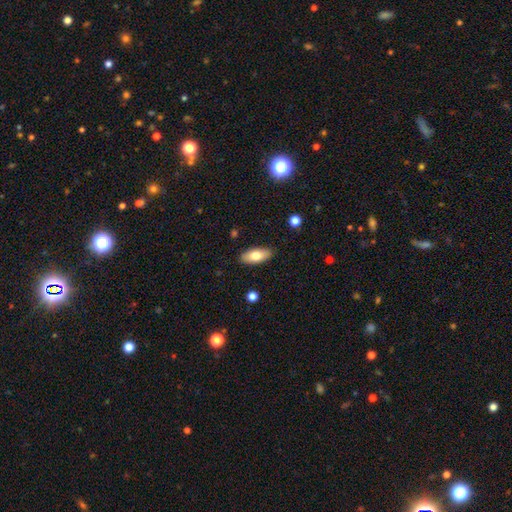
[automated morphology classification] Smooth or featured?
  - smooth: 76% *
  - featured or disk: 18%
  - star or artifact: 6%
How rounded?
  - in between: 85% *
  - cigar-shaped: 13%
  - round: 2%
Merging?
  - none: 88% *
  - minor disturbance: 9%
  - major disturbance: 2%
  - merger: 1%